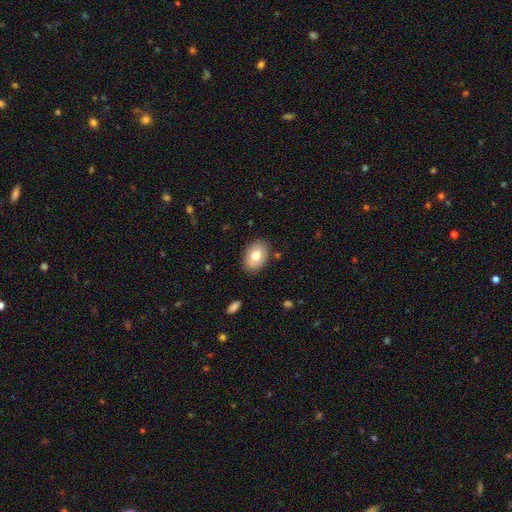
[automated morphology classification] type=smooth (77%); roundness=in between (84%); merging=none (85%).